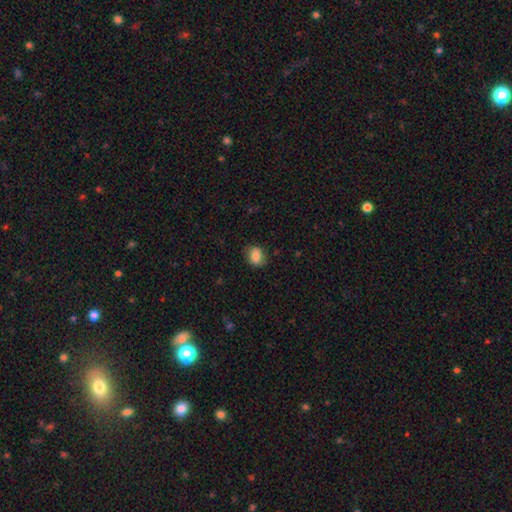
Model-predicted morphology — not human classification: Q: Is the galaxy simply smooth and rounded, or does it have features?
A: smooth — 84%.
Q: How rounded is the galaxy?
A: in between — 61%.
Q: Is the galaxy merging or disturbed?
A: none — 79%.